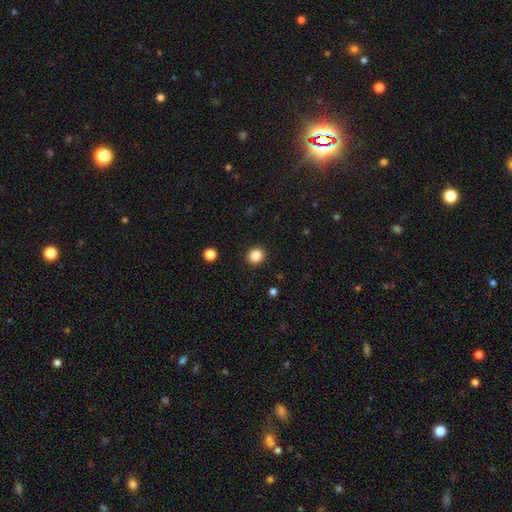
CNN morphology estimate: Smooth or featured: smooth — 86% (star or artifact — 10%)
How rounded: round — 81% (in between — 18%)
Merging: none — 91% (minor disturbance — 6%)